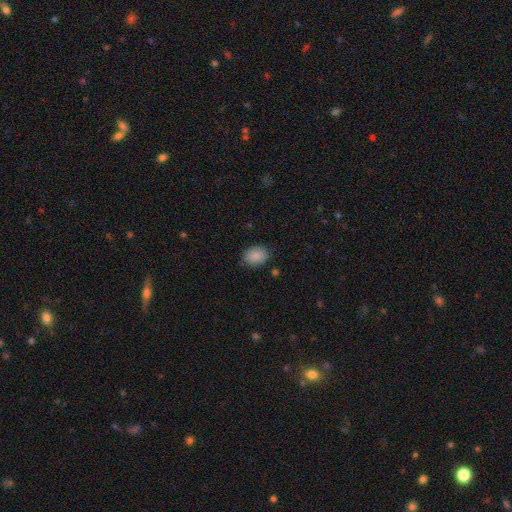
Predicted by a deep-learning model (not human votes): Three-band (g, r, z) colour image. It shows a smooth galaxy with no disk features (89%) that is in between round and cigar-shaped (74%). Merging: none (84%).